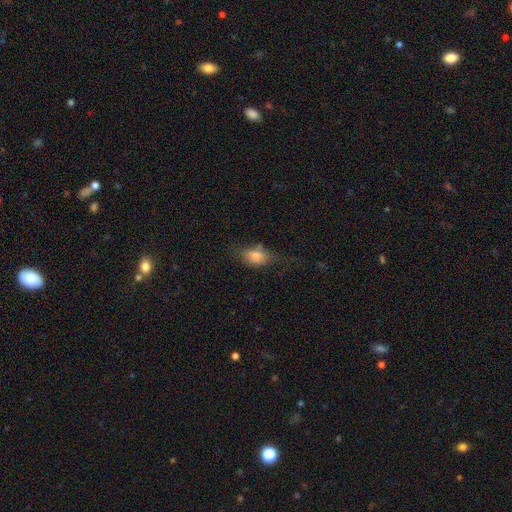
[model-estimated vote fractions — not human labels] This appears to be a smooth galaxy with no disk features (71%) that is in between round and cigar-shaped (79%). Merging: none (48%).